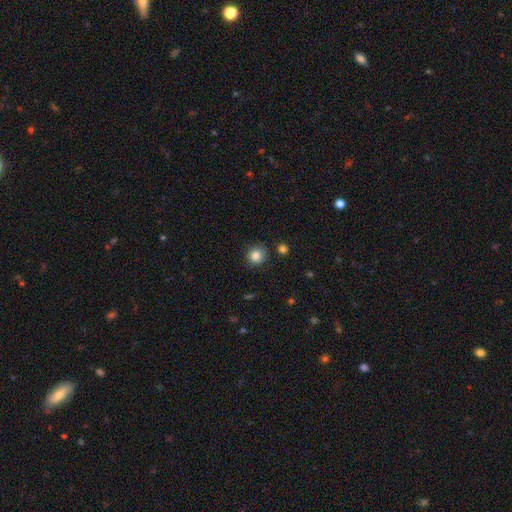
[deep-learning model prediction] A smooth galaxy with no disk features (85%) that is round (86%). Merging: none (83%).